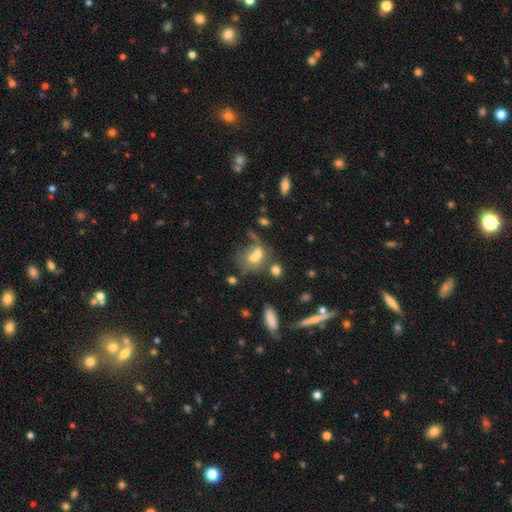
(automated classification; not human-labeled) Smooth or featured: smooth — 57% (featured or disk — 27%)
How rounded: in between — 50% (round — 47%)
Merging: merger — 46% (none — 28%)